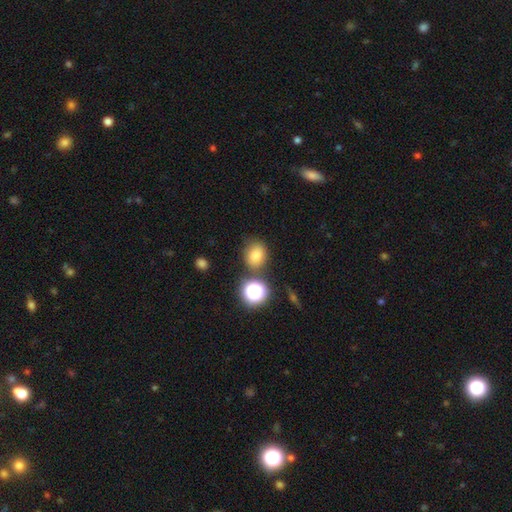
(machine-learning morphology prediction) Smooth or featured? smooth (76%)
How rounded? round (58%)
Merging? none (74%)